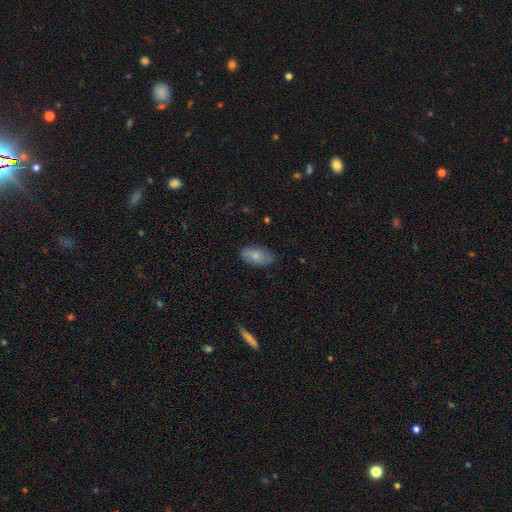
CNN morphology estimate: type=smooth (79%); roundness=in between (93%); merging=none (78%).